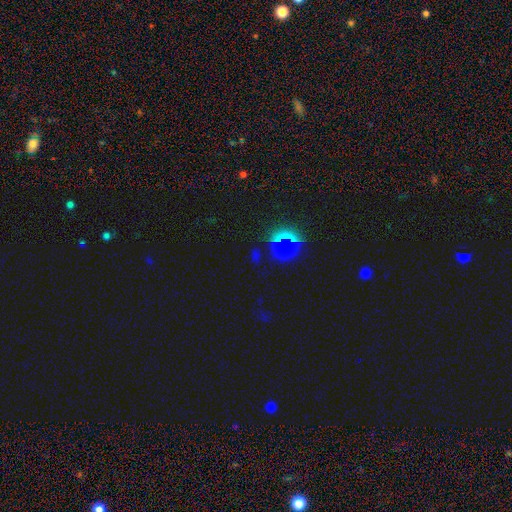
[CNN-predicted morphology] type=star or artifact (59%).